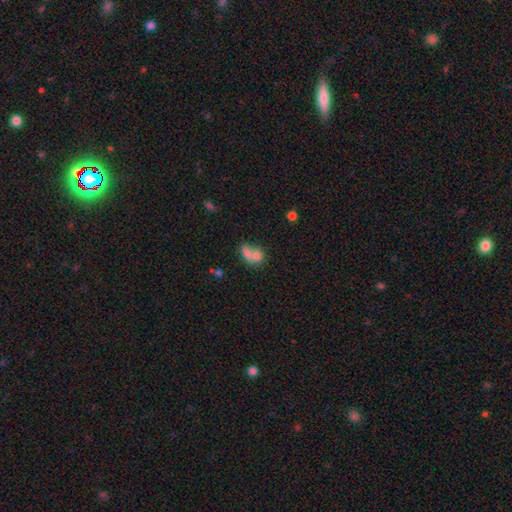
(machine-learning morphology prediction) Smooth or featured? smooth (71%)
How rounded? in between (59%)
Merging? merger (70%)